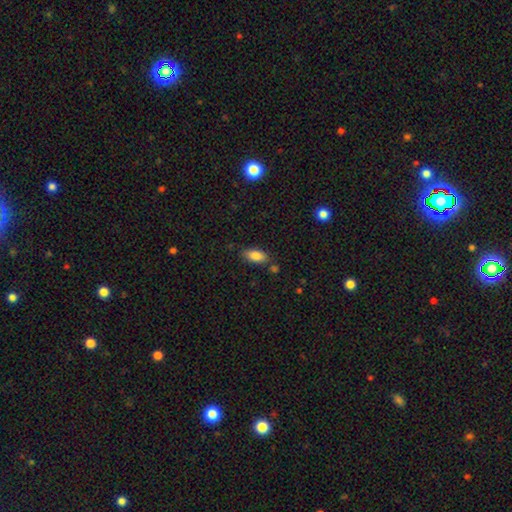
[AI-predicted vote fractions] Smooth or featured? Predicted: smooth (p=0.84). How rounded? Predicted: in between (p=0.89). Merging? Predicted: none (p=0.76).